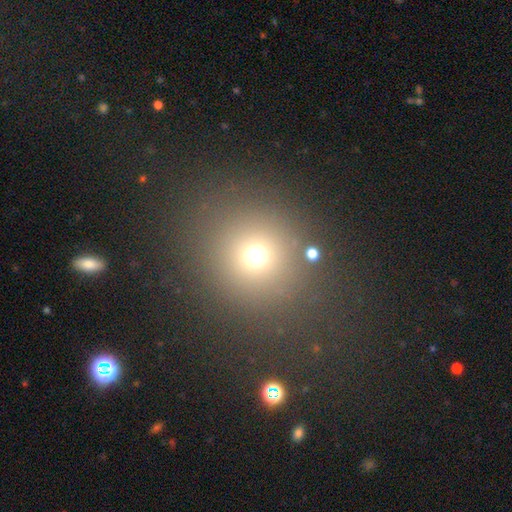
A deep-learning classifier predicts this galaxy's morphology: smooth-or-featured: smooth: 67% | star or artifact: 24% | featured or disk: 9%
  how-rounded: round: 90% | in between: 9% | cigar-shaped: 1%
  merging: none: 82% | minor disturbance: 8% | major disturbance: 6% | merger: 4%